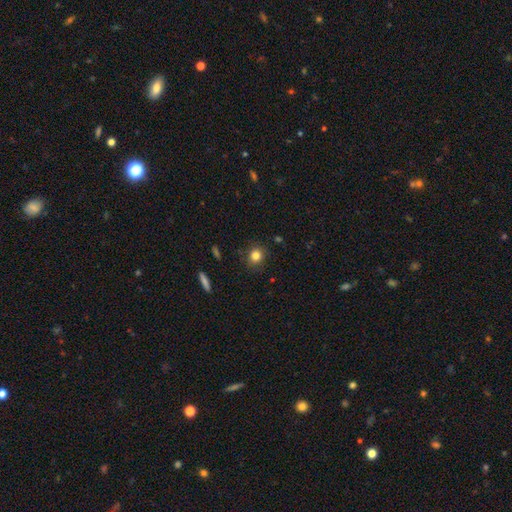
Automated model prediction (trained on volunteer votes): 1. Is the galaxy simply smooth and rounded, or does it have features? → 82% smooth, 11% star or artifact, 7% featured or disk.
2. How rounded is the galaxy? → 84% round, 15% in between, 1% cigar-shaped.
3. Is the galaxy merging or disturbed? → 85% none, 11% minor disturbance, 2% major disturbance, 1% merger.